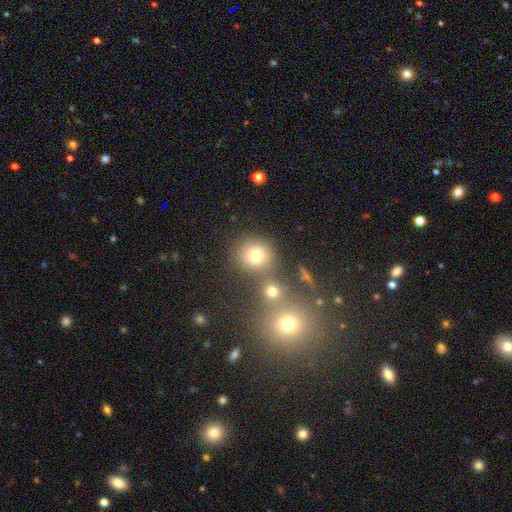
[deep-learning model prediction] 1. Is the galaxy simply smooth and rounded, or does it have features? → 74% smooth, 17% star or artifact, 9% featured or disk.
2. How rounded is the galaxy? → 88% round, 11% in between, 1% cigar-shaped.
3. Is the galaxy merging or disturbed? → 68% none, 18% merger, 9% minor disturbance, 4% major disturbance.